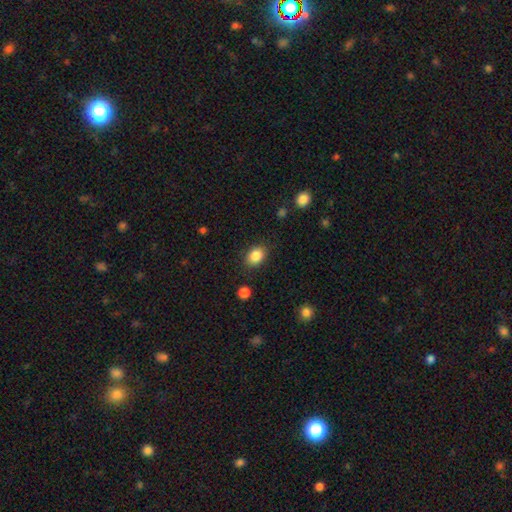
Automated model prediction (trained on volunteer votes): The model was most divided on "how rounded": in between: 67%, round: 32%, cigar-shaped: 1%. More confident: smooth or featured — smooth (86%); merging — none (84%).